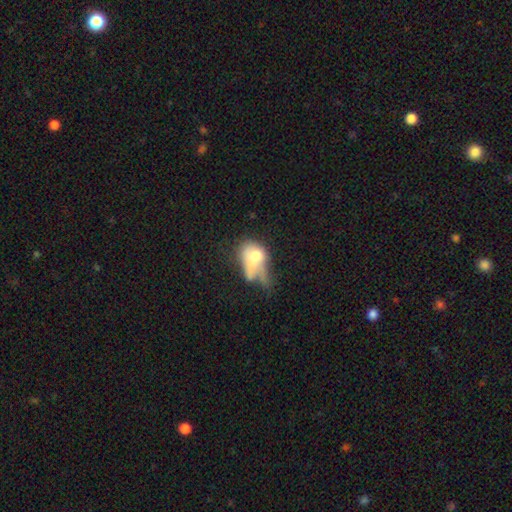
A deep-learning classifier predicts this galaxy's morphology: Smooth or featured? smooth (62%)
How rounded? in between (69%)
Merging? major disturbance (42%)